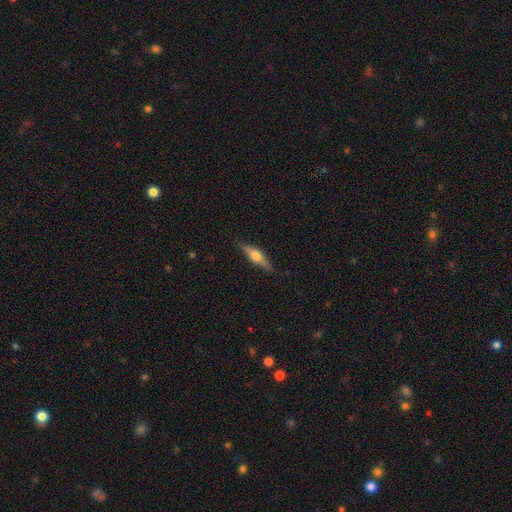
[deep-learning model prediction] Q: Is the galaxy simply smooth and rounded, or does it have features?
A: featured or disk — 56%.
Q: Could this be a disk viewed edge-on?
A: yes — 95%.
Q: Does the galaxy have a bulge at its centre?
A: rounded — 89%.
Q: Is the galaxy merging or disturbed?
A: none — 85%.